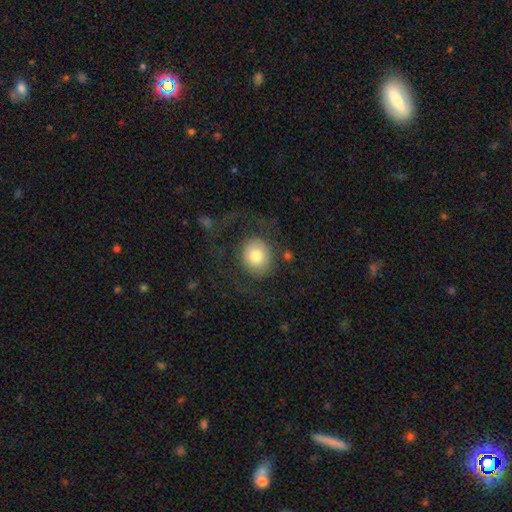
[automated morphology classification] Q: Smooth or featured?
A: smooth (73%); runner-up: featured or disk (19%)
Q: How rounded?
A: round (83%); runner-up: in between (16%)
Q: Merging?
A: none (62%); runner-up: major disturbance (24%)